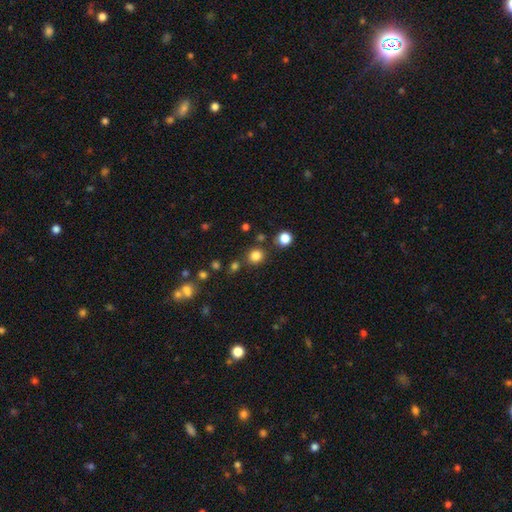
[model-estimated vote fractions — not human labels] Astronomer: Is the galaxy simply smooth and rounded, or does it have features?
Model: smooth — 81%.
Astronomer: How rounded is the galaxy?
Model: round — 87%.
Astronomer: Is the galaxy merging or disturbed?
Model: none — 82%.